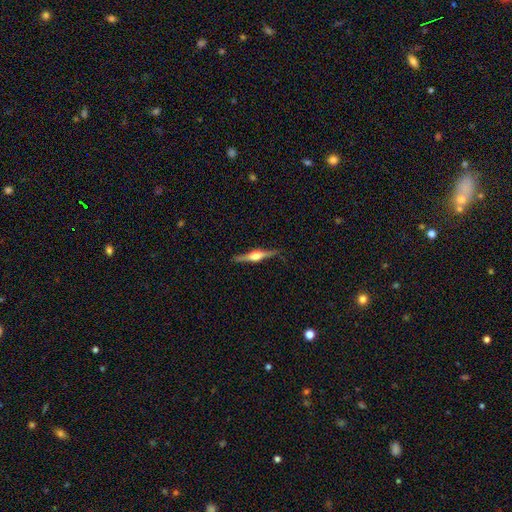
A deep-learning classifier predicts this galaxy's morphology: Smooth or featured: featured or disk — 78% (smooth — 17%)
Edge-on disk: yes — 98% (no — 2%)
Edge-on bulge: rounded — 93% (boxy — 5%)
Merging: none — 88% (minor disturbance — 9%)